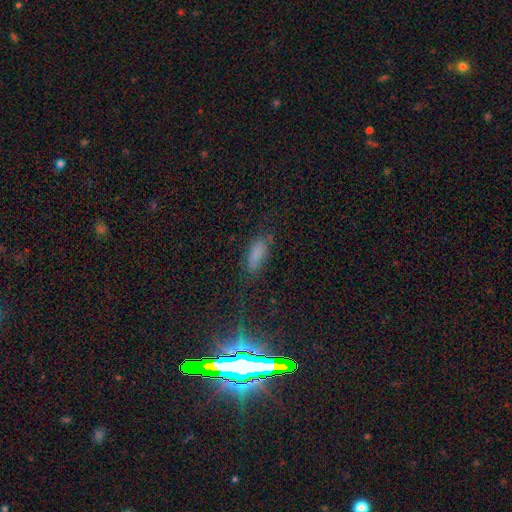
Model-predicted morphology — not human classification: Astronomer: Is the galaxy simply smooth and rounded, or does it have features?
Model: smooth — 65%.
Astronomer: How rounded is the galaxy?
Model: in between — 69%.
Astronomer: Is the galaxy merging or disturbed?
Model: none — 69%.